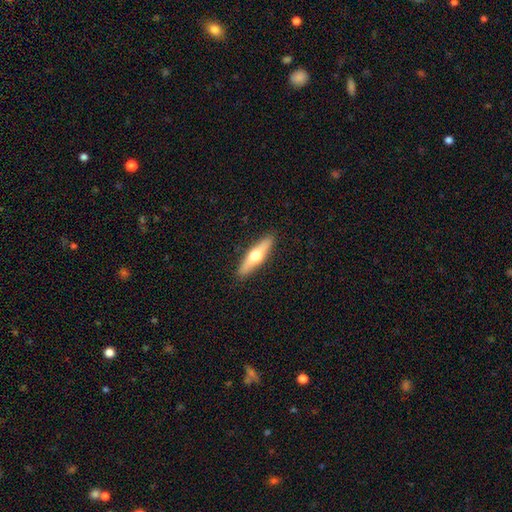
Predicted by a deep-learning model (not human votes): Smooth or featured? featured or disk (50%)
Edge-on disk? yes (91%)
Merging? none (90%)